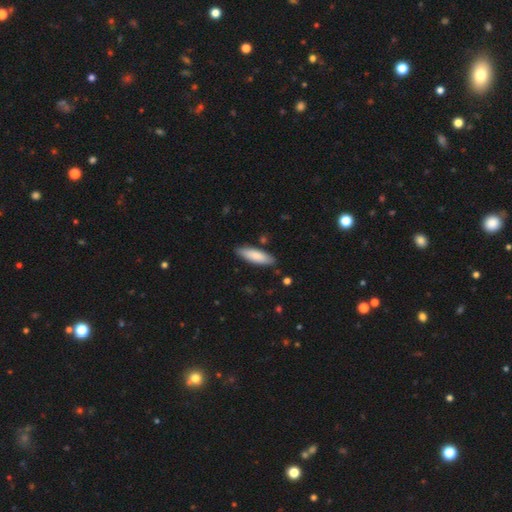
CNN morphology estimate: The model was most divided on "how rounded": cigar-shaped: 51%, in between: 48%, round: 1%. More confident: merging — none (86%); smooth or featured — smooth (84%).